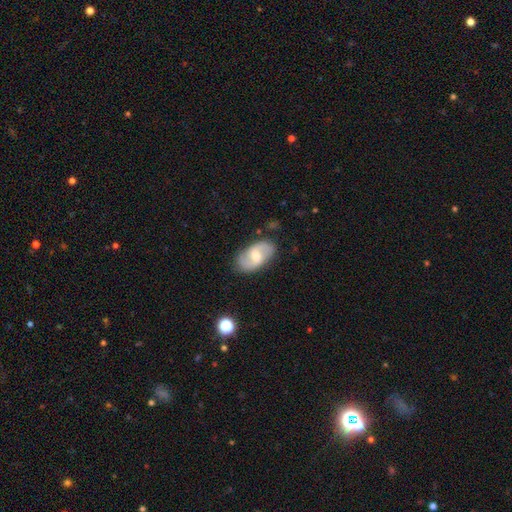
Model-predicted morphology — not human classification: A featured or disk galaxy (72%) with a weak bar (54%), 2 (89%) medium (45%) spiral arms (90%) and a moderate central bulge (59%).

Vote fractions:
- Smooth or featured? featured or disk: 72% / smooth: 22% / star or artifact: 5%
- Edge-on disk? no: 96% / yes: 4%
- Bar? weak: 54% / no: 32% / strong: 13%
- Spiral arms? yes: 90% / no: 10%
- Spiral winding? medium: 45% / loose: 40% / tight: 16%
- Spiral arm count? 2: 89% / can't tell: 6% / 1: 2% / 3: 1% / 4: 1% / more than 4: 1%
- Bulge size? moderate: 59% / small: 33% / large: 4% / none: 2% / dominant: 1%
- Merging? none: 81% / minor disturbance: 14% / major disturbance: 3% / merger: 2%